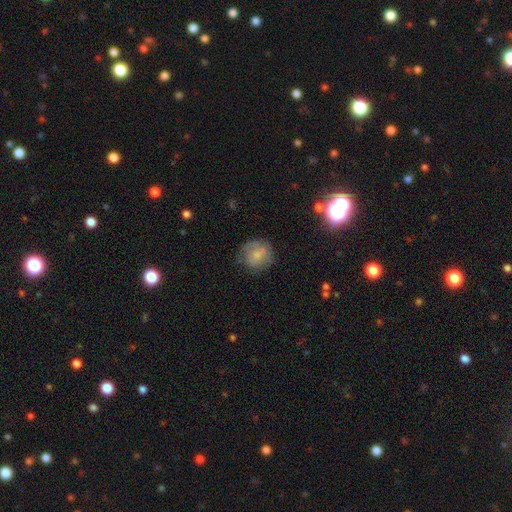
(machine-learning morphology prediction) smooth 66%, featured or disk 24%, star or artifact 9%. Down the decision tree: how rounded — round (85%); merging — none (64%).